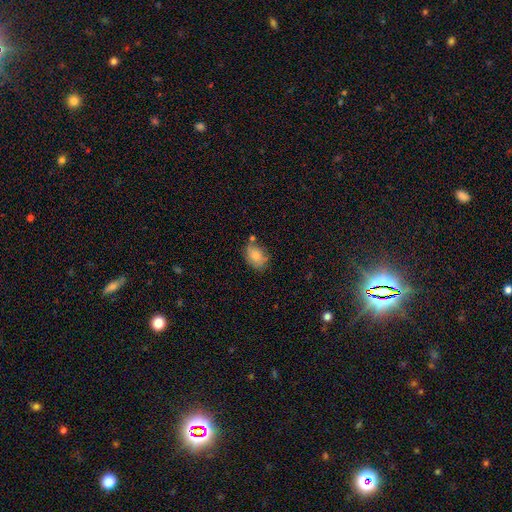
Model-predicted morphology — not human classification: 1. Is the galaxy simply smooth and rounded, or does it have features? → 79% smooth, 13% featured or disk, 8% star or artifact.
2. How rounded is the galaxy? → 79% in between, 19% round, 2% cigar-shaped.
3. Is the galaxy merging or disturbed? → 62% none, 24% minor disturbance, 9% merger, 6% major disturbance.